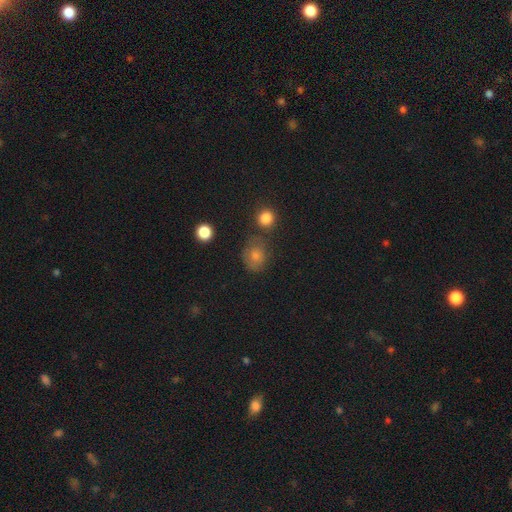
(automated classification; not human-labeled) Smooth or featured? Predicted: smooth (p=0.76). How rounded? Predicted: round (p=0.63). Merging? Predicted: none (p=0.62).